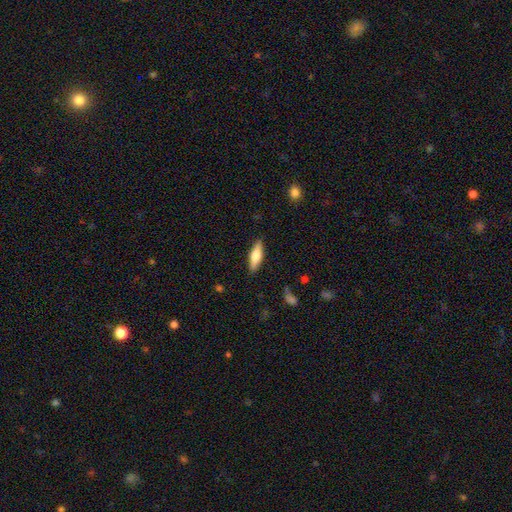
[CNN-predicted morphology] Smooth or featured? smooth (66%)
How rounded? in between (49%, tied with cigar-shaped)
Merging? none (88%)